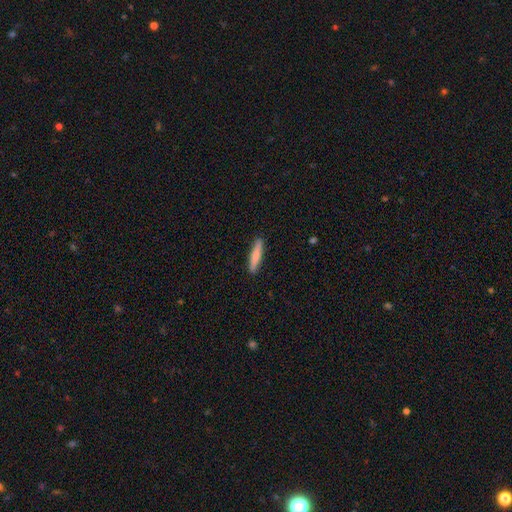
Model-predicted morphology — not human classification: smooth_or_featured: smooth (p=0.78) [alt: featured or disk p=0.17]
how_rounded: cigar-shaped (p=0.90) [alt: in between p=0.09]
merging: none (p=0.91) [alt: minor disturbance p=0.07]